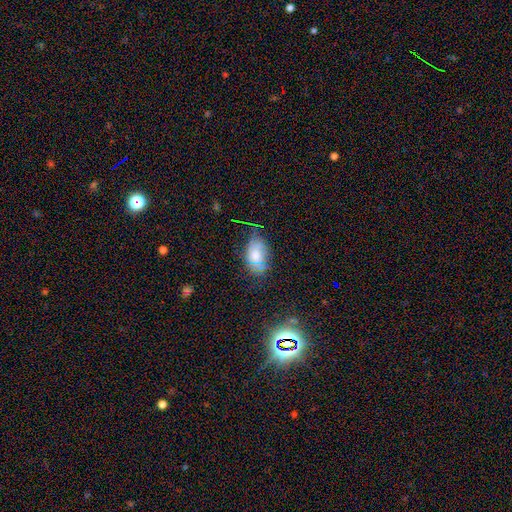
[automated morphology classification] Smooth or featured? smooth (67%)
How rounded? in between (89%)
Merging? none (57%)